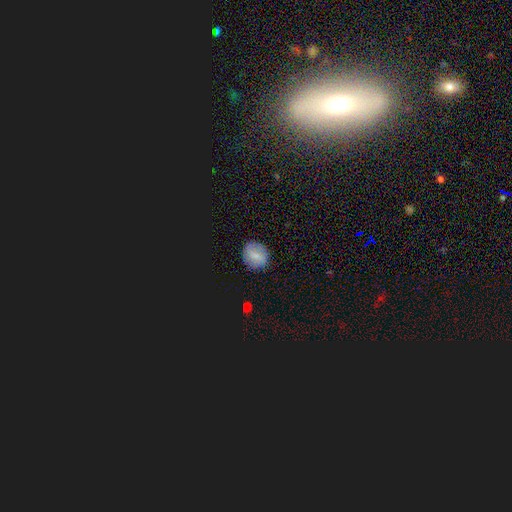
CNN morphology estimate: Smooth or featured? Predicted: smooth (p=0.70). How rounded? Predicted: round (p=0.73). Merging? Predicted: none (p=0.83).